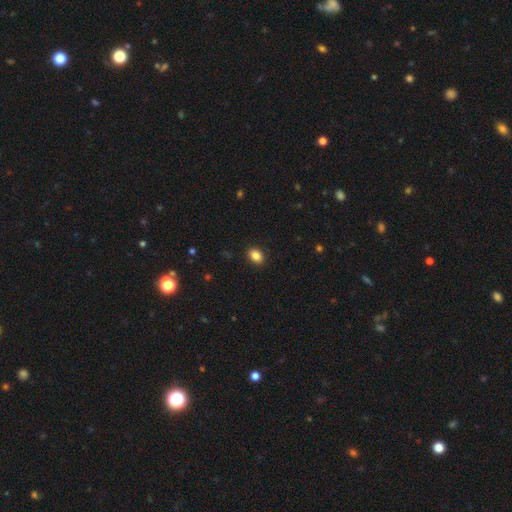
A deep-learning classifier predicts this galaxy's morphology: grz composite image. It shows a smooth galaxy with no disk features (87%) that is in between round and cigar-shaped (73%). Merging: none (90%).